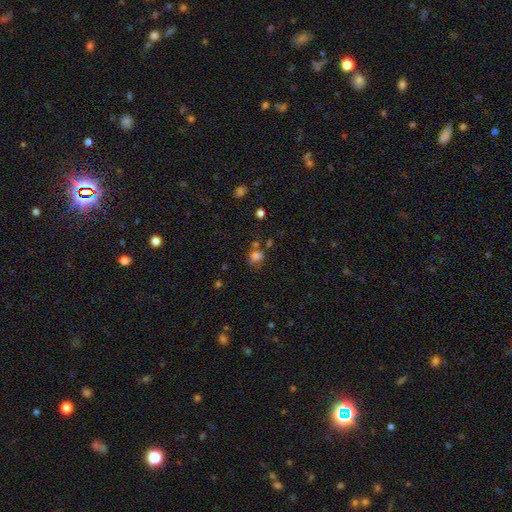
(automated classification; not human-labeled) The model was most divided on "how rounded": in between: 52%, round: 47%, cigar-shaped: 1%. Remaining: smooth or featured — smooth (75%); merging — none (49%).